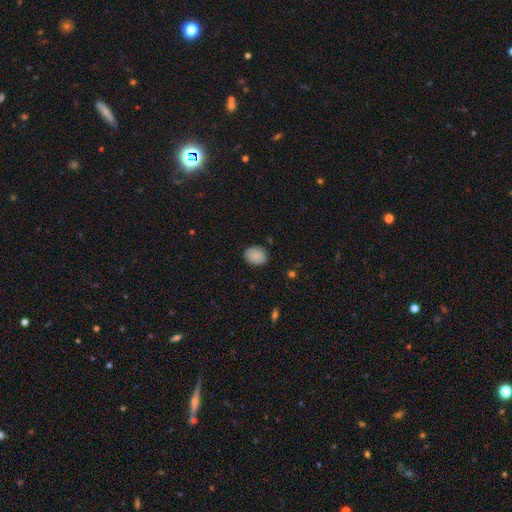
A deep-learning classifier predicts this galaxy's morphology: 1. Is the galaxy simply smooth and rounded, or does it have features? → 87% smooth, 8% star or artifact, 5% featured or disk.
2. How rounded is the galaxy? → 54% in between, 45% round, 1% cigar-shaped.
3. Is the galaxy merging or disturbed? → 85% none, 12% minor disturbance, 2% major disturbance, 1% merger.